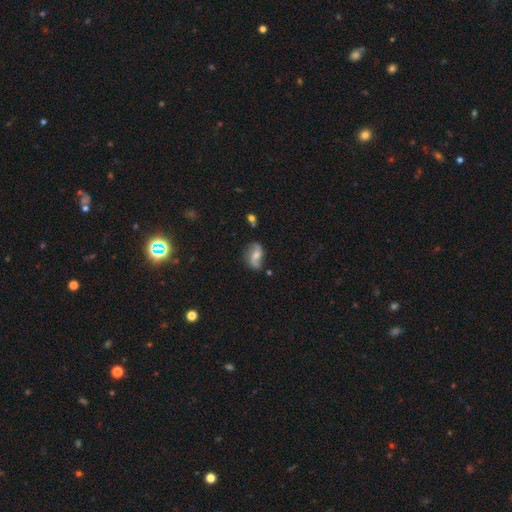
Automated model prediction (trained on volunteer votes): Smooth or featured? Predicted: featured or disk (p=0.67). Edge-on disk? Predicted: no (p=0.96). Bar? Predicted: no (p=0.42, tied with weak). Spiral arms? Predicted: yes (p=0.91). Spiral winding? Predicted: loose (p=0.77). Spiral arm count? Predicted: 2 (p=0.90). Bulge size? Predicted: moderate (p=0.51). Merging? Predicted: none (p=0.69).